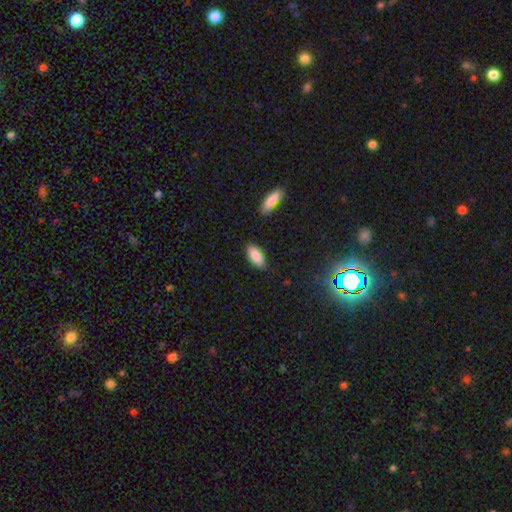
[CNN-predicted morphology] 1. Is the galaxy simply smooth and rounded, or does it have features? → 86% smooth, 7% featured or disk, 7% star or artifact.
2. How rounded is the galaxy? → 84% in between, 14% cigar-shaped, 2% round.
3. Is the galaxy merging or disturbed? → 83% none, 12% minor disturbance, 2% major disturbance, 2% merger.